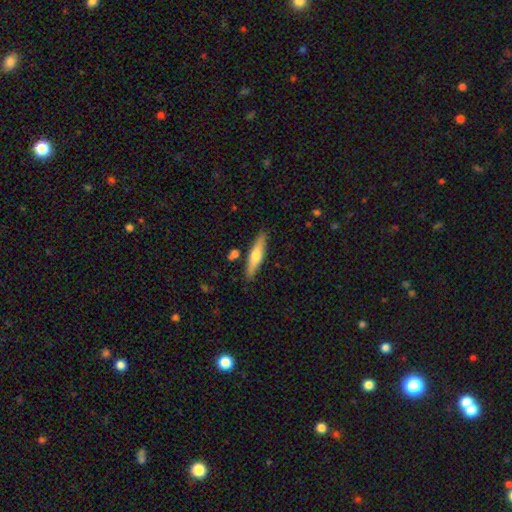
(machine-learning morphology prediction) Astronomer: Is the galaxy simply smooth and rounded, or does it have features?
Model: smooth — 55% (runner-up: featured or disk, 39%).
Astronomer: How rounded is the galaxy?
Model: cigar-shaped — 78%.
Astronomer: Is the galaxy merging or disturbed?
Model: none — 85%.